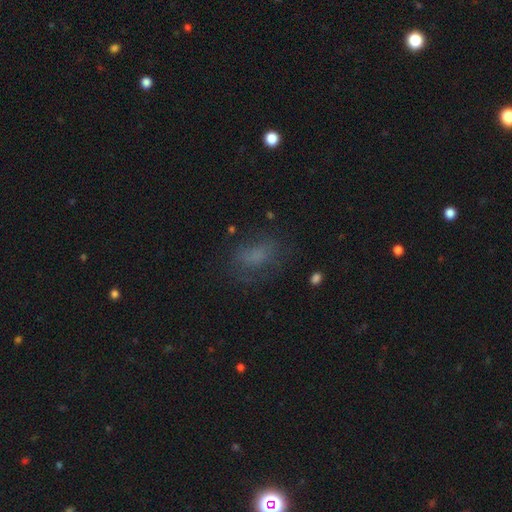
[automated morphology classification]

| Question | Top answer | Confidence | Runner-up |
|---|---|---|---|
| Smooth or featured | smooth | 62% | star or artifact (19%) |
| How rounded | in between | 78% | round (18%) |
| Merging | none | 62% | minor disturbance (20%) |